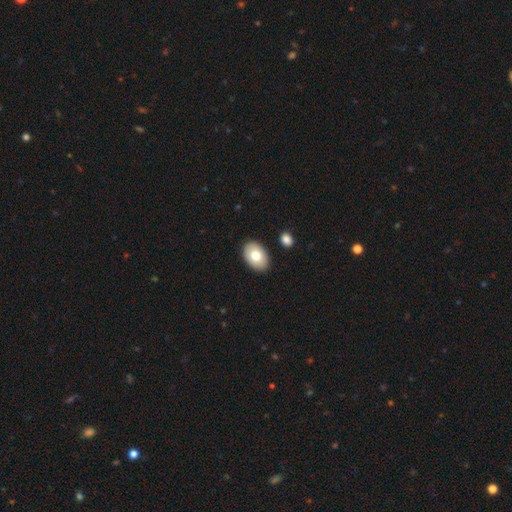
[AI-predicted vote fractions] Smooth or featured? smooth (76%)
How rounded? in between (88%)
Merging? none (88%)